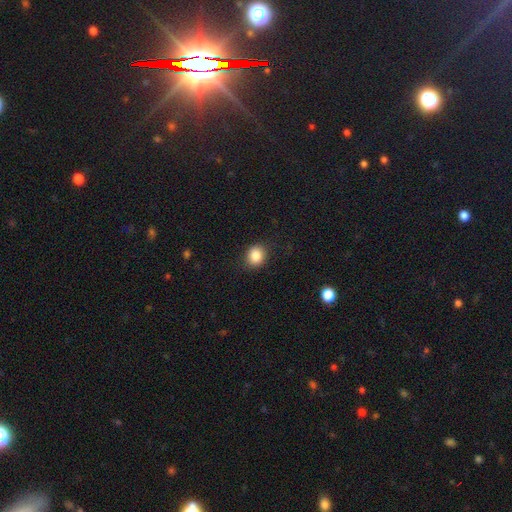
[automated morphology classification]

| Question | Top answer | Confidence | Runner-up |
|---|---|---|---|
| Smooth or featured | smooth | 86% | star or artifact (10%) |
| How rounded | round | 69% | in between (30%) |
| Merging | none | 87% | minor disturbance (9%) |